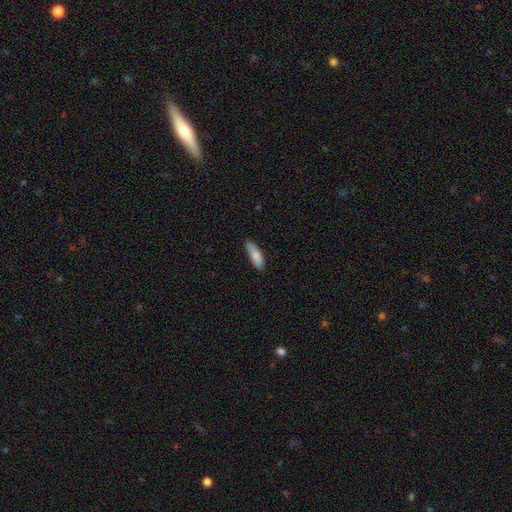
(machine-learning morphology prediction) A smooth galaxy with no disk features (85%) that is in between round and cigar-shaped (50%).

Vote fractions:
- Smooth or featured? smooth: 85% / featured or disk: 9% / star or artifact: 6%
- How rounded? in between: 50% / cigar-shaped: 49% / round: 2%
- Merging? none: 76% / minor disturbance: 19% / major disturbance: 3% / merger: 2%